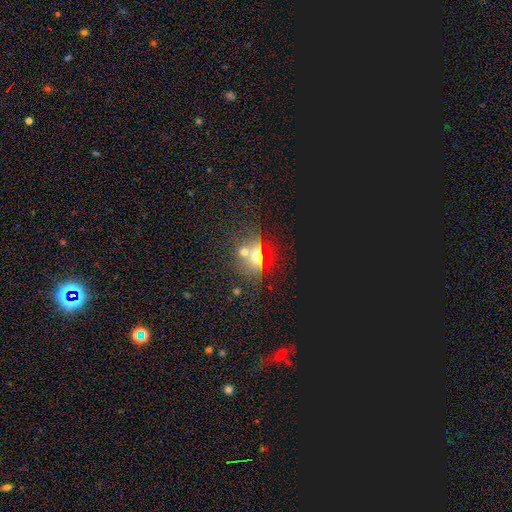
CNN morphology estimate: This is likely a star or artifact rather than a galaxy (60%).